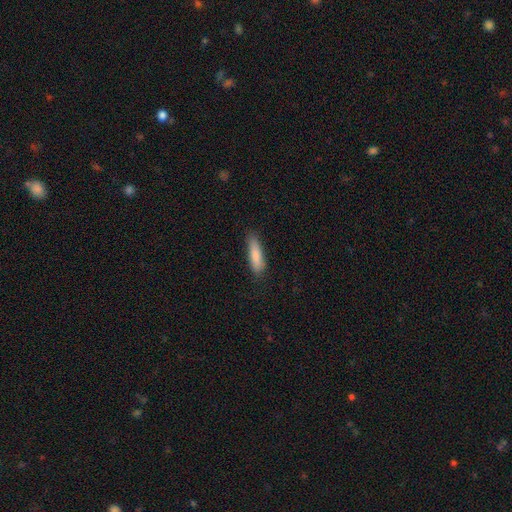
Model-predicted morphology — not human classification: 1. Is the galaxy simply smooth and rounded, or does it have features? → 84% smooth, 10% featured or disk, 6% star or artifact.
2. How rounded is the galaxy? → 66% cigar-shaped, 33% in between, 2% round.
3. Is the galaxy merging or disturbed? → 81% none, 15% minor disturbance, 3% major disturbance, 1% merger.